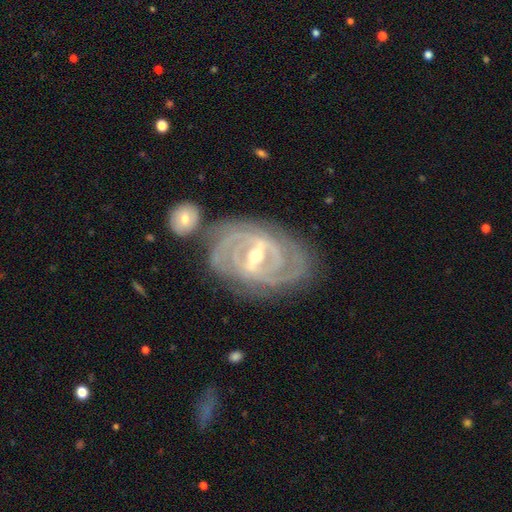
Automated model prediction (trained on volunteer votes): A featured or disk galaxy (91%) with a strong bar (59%), 2 (30%) tight (73%) spiral arms (97%) and a moderate central bulge (57%).

Vote fractions:
- Smooth or featured? featured or disk: 91% / star or artifact: 5% / smooth: 5%
- Edge-on disk? no: 95% / yes: 5%
- Bar? strong: 59% / weak: 34% / no: 8%
- Spiral arms? yes: 97% / no: 3%
- Spiral winding? tight: 73% / medium: 22% / loose: 4%
- Spiral arm count? 2: 30% / 3: 28% / can't tell: 20% / 4: 13% / more than 4: 5% / 1: 5%
- Bulge size? moderate: 57% / small: 40% / large: 2% / none: 1% / dominant: 1%
- Merging? none: 74% / minor disturbance: 14% / merger: 7% / major disturbance: 5%